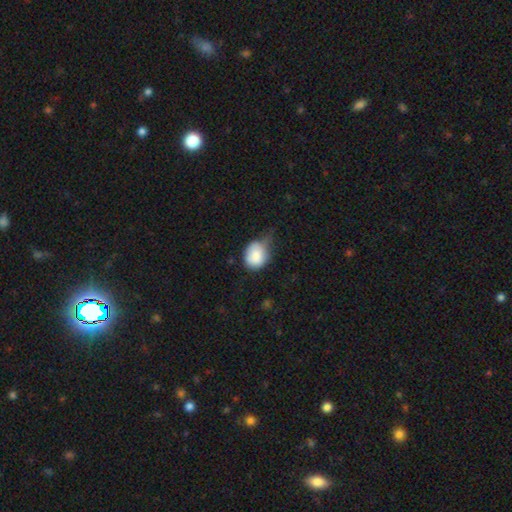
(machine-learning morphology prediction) Smooth or featured: smooth — 83% (featured or disk — 10%)
How rounded: round — 58% (in between — 41%)
Merging: minor disturbance — 49% (none — 23%)